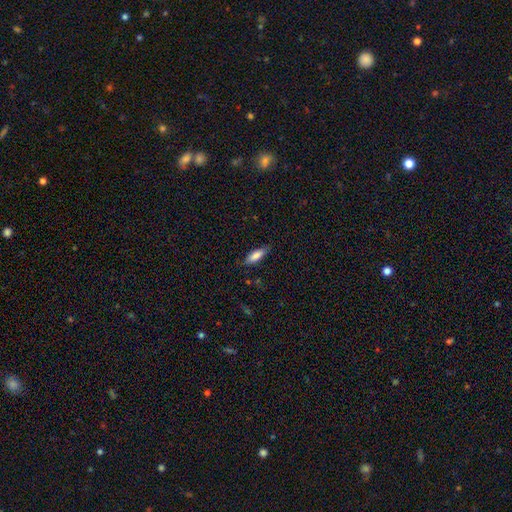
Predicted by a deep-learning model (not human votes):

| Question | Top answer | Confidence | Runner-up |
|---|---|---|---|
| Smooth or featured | smooth | 81% | featured or disk (13%) |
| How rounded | in between | 58% | cigar-shaped (41%) |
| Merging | none | 80% | minor disturbance (16%) |